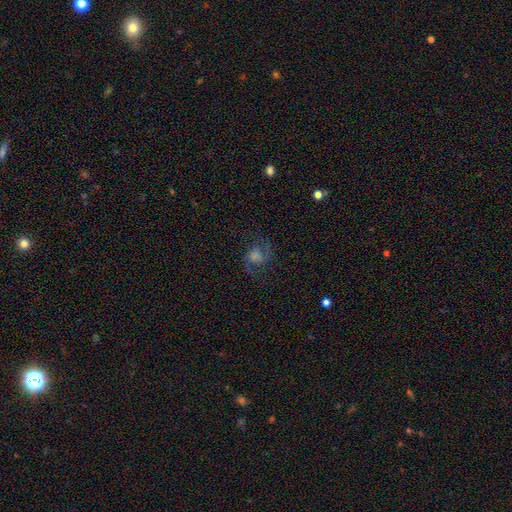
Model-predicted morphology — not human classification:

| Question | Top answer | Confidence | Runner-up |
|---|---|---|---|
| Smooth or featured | featured or disk | 69% | smooth (16%) |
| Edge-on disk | no | 97% | yes (3%) |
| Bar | no | 54% | weak (38%) |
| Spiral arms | yes | 94% | no (6%) |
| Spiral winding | medium | 50% | loose (37%) |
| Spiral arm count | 2 | 88% | can't tell (5%) |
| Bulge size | moderate | 33% | small (22%) |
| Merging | none | 73% | minor disturbance (14%) |